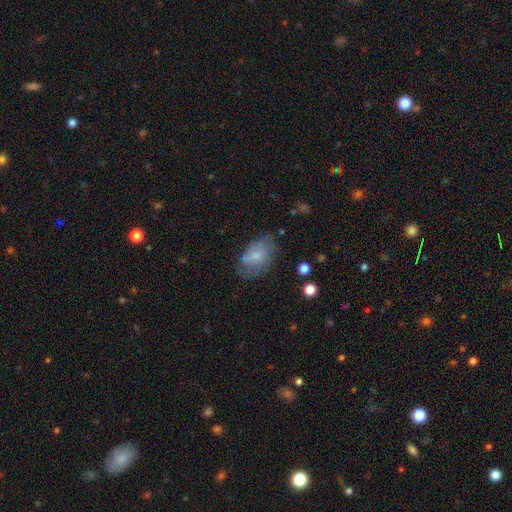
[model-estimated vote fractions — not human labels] Overall: smooth (65%; featured or disk 27%). How rounded: in between (90%). Merging: none (57%; minor disturbance 27%).